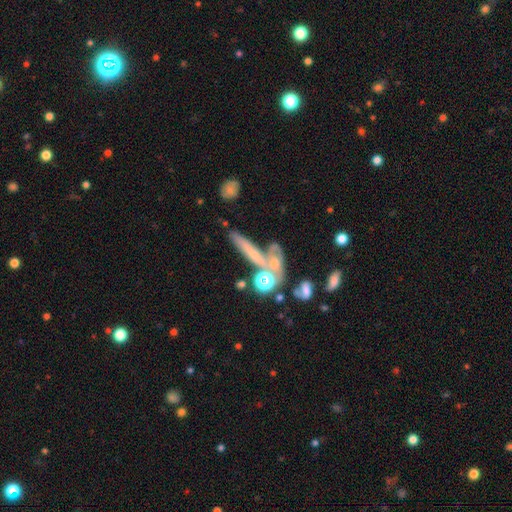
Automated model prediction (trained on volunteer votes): Smooth or featured?
  - featured or disk: 40% *
  - smooth: 38%
  - star or artifact: 22%
Merging?
  - none: 41% *
  - merger: 30%
  - minor disturbance: 15%
  - major disturbance: 14%